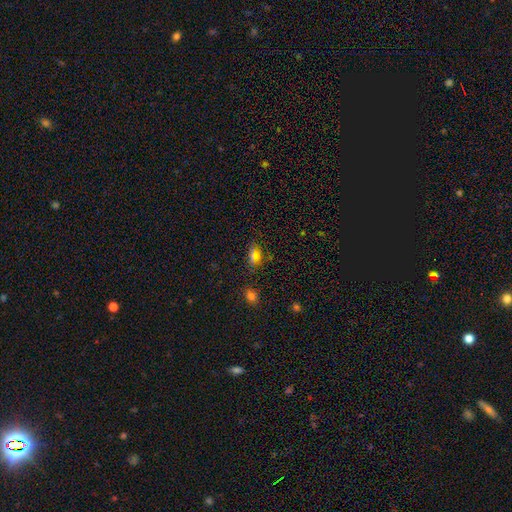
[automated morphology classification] Smooth or featured: smooth — 62% (star or artifact — 29%)
How rounded: in between — 72% (round — 24%)
Merging: none — 73% (minor disturbance — 16%)